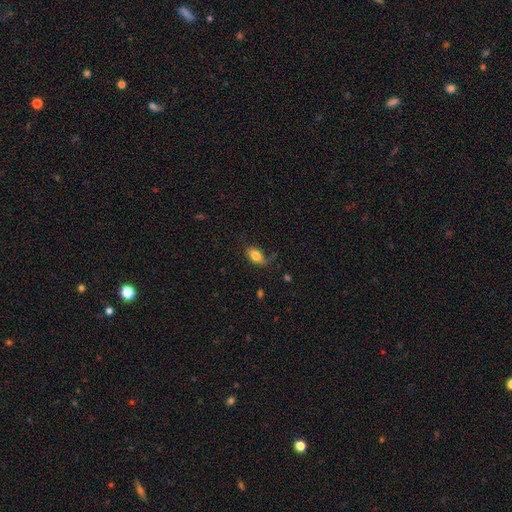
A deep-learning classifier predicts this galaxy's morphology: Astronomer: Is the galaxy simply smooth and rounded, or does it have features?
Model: smooth — 81%.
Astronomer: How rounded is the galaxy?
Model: in between — 88%.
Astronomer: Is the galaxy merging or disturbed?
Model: none — 65%.